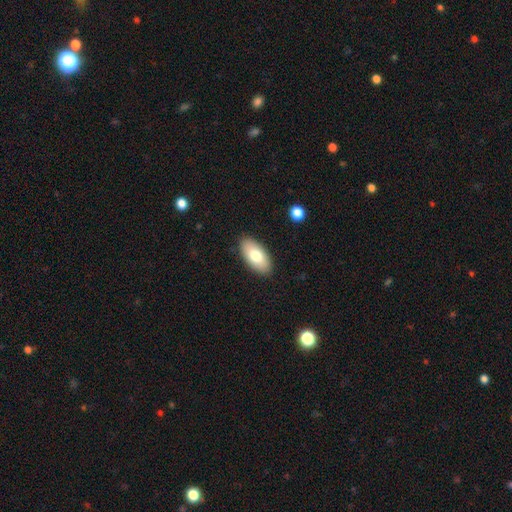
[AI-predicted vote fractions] smooth 76%, featured or disk 18%, star or artifact 6%. Down the decision tree: how rounded — in between (93%); merging — none (89%).